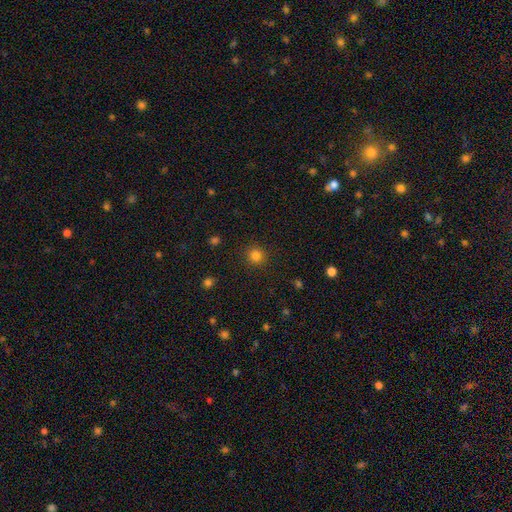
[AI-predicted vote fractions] A smooth galaxy with no disk features (82%) that is round (93%).

Vote fractions:
- Smooth or featured? smooth: 82% / star or artifact: 14% / featured or disk: 4%
- How rounded? round: 93% / in between: 6% / cigar-shaped: 1%
- Merging? none: 90% / minor disturbance: 6% / major disturbance: 3% / merger: 1%